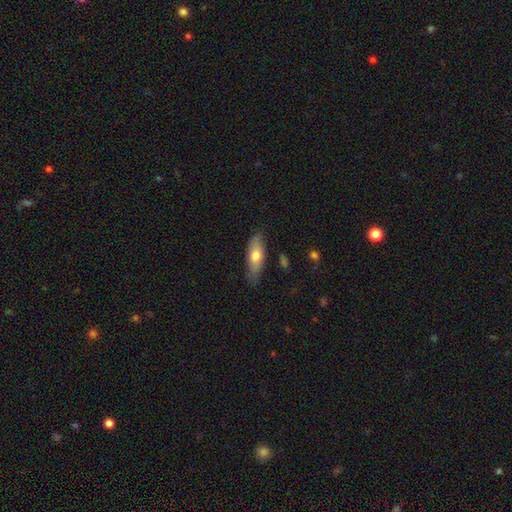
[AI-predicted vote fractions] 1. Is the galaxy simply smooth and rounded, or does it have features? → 66% smooth, 29% featured or disk, 6% star or artifact.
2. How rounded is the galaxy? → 59% in between, 38% cigar-shaped, 3% round.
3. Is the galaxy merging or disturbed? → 79% none, 17% minor disturbance, 3% major disturbance, 2% merger.